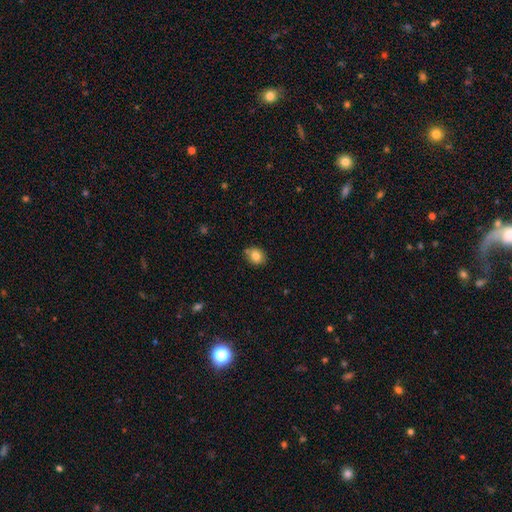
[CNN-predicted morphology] type=smooth (82%); roundness=round (54%); merging=none (78%).